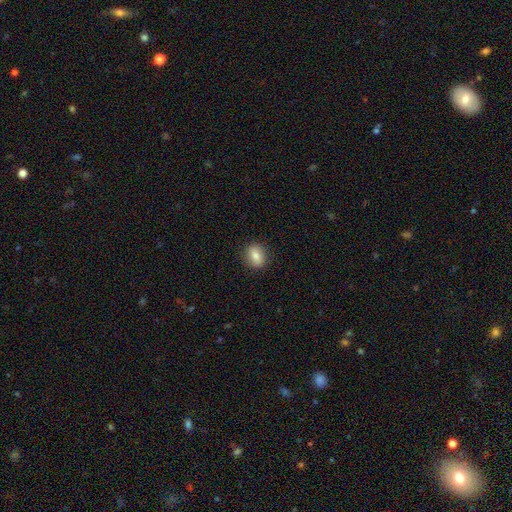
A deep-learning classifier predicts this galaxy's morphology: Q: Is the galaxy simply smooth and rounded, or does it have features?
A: smooth — 81%.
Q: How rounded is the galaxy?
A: in between — 52%.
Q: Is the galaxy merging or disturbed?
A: none — 88%.